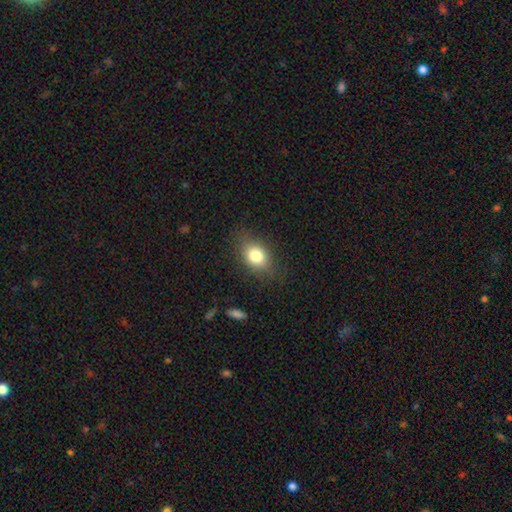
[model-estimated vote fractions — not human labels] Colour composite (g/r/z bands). It shows a smooth galaxy with no disk features (78%) that is in between round and cigar-shaped (71%). Merging: none (78%).